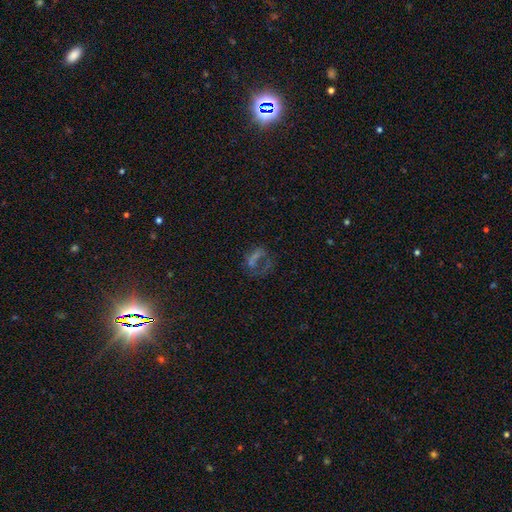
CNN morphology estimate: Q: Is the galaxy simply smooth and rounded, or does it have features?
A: star or artifact — 51%.